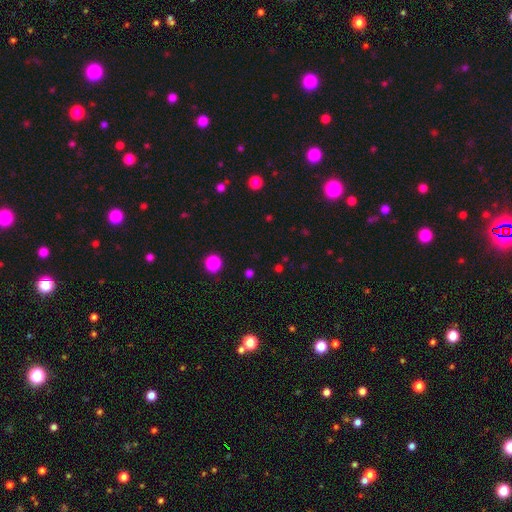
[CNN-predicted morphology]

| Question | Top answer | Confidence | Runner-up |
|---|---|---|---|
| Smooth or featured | smooth | 54% | star or artifact (40%) |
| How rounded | round | 88% | in between (11%) |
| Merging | none | 85% | minor disturbance (7%) |